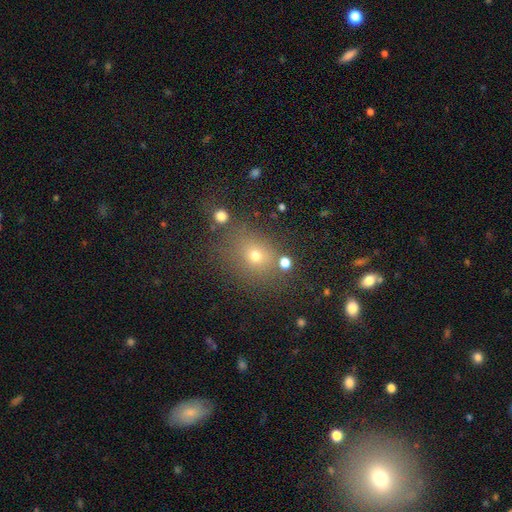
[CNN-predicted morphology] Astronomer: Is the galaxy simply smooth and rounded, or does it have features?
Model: smooth — 65%.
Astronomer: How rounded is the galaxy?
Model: round — 62%.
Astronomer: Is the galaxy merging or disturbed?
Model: none — 71%.